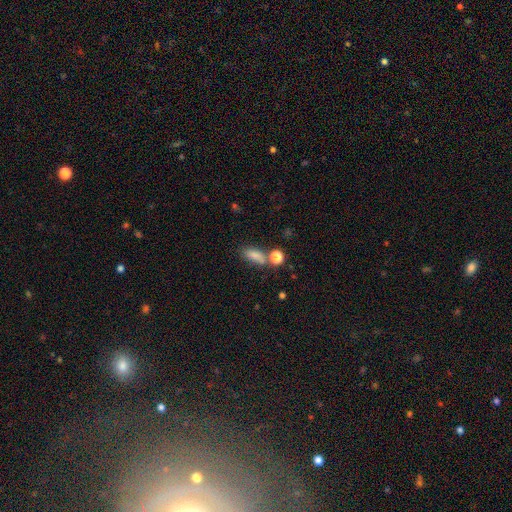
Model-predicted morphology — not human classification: This is clearly a smooth galaxy (81%). How rounded: likely in between (74%). Merging: possibly none (56%).